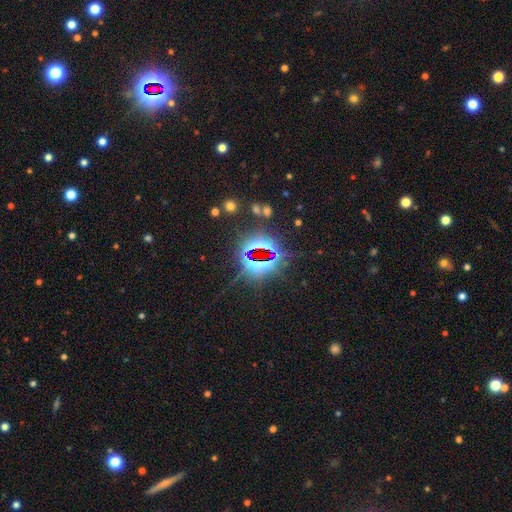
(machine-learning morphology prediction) Smooth or featured?
  - star or artifact: 82% *
  - smooth: 9%
  - featured or disk: 9%